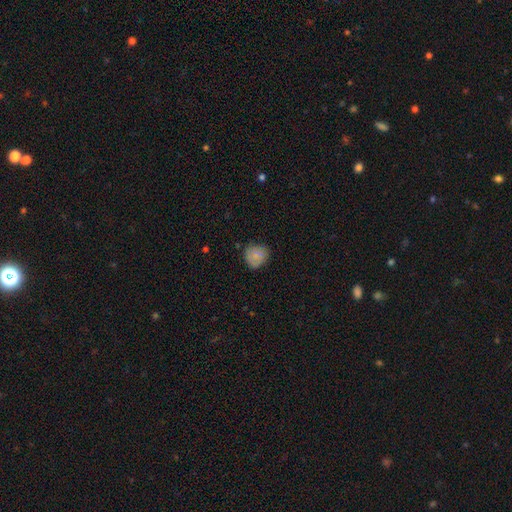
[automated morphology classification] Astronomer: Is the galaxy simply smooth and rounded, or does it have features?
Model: smooth — 78%.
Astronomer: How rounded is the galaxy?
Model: round — 77%.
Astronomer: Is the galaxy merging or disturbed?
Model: none — 71%.